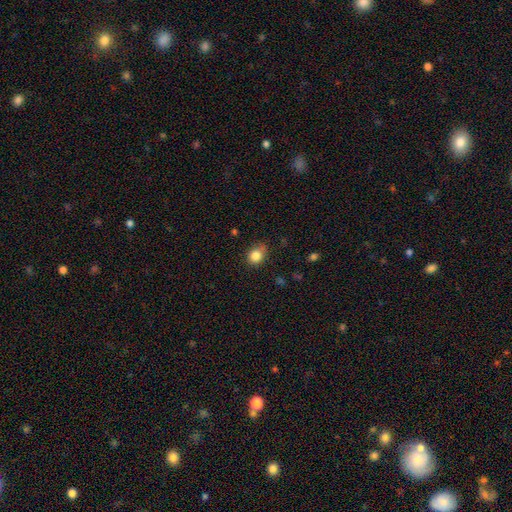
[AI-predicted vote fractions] smooth 84%, star or artifact 10%, featured or disk 6%. Down the decision tree: how rounded — round (57%); merging — none (69%).